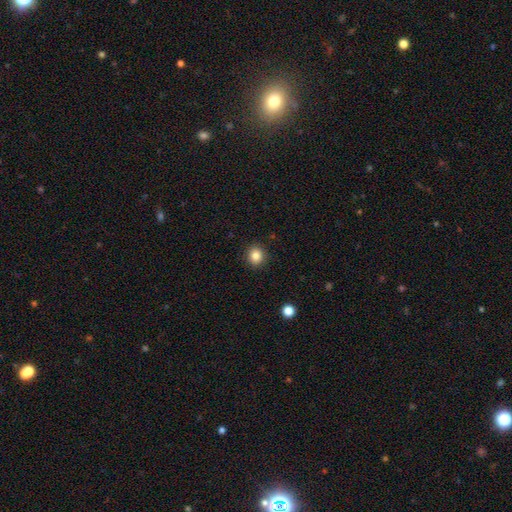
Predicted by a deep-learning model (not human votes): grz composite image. It shows a smooth galaxy with no disk features (84%) that is round (86%). Merging: none (91%).